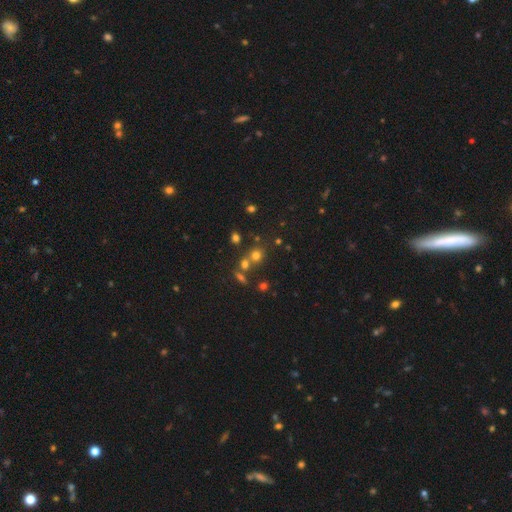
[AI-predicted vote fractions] Smooth or featured: smooth — 63% (star or artifact — 25%)
How rounded: round — 83% (in between — 15%)
Merging: none — 60% (merger — 27%)